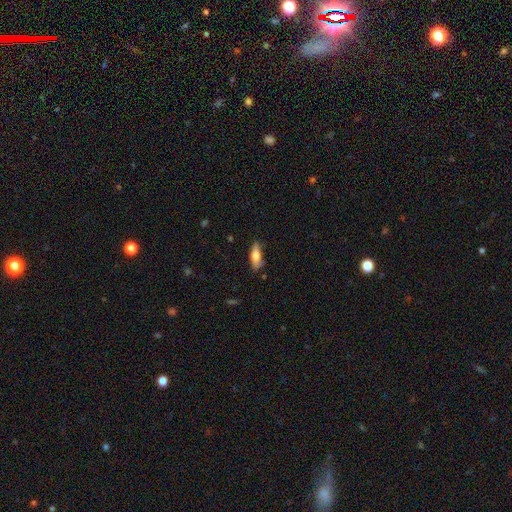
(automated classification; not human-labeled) A smooth galaxy with no disk features (71%) that is in between round and cigar-shaped (63%). Merging: none (74%).